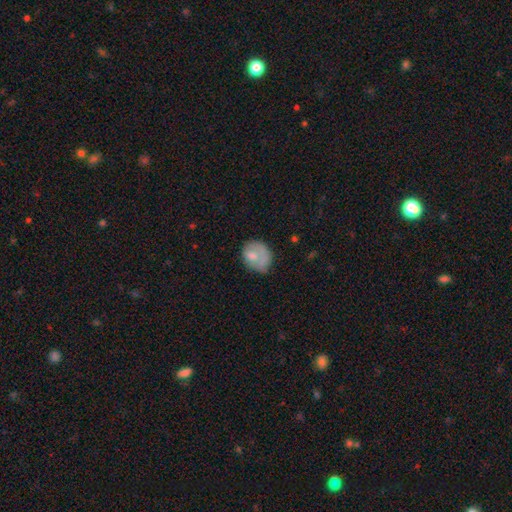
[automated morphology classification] The model was most divided on "how rounded": round: 55%, in between: 44%, cigar-shaped: 1%. Remaining: smooth or featured — smooth (67%); merging — none (47%).